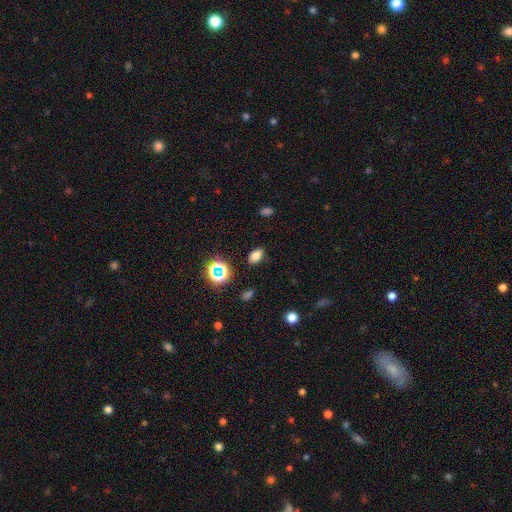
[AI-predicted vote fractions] A smooth galaxy with no disk features (76%) that is in between round and cigar-shaped (82%). Merging: none (85%).